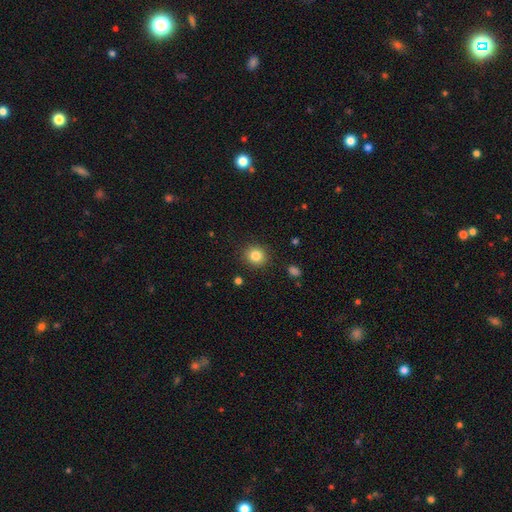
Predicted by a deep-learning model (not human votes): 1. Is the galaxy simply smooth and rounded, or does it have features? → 84% smooth, 11% star or artifact, 5% featured or disk.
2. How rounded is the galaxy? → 86% round, 13% in between, 1% cigar-shaped.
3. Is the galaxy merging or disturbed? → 89% none, 7% minor disturbance, 2% major disturbance, 1% merger.